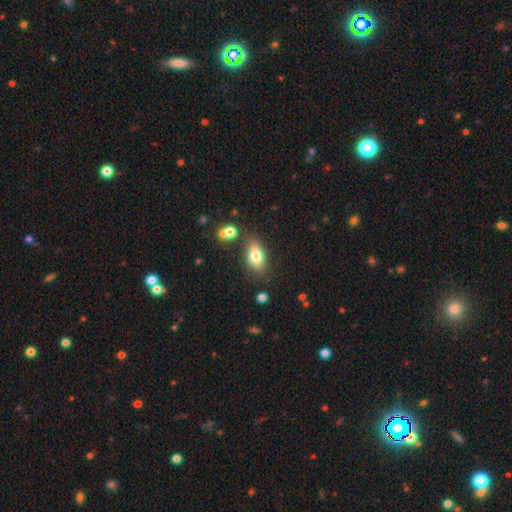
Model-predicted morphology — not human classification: Q: Smooth or featured?
A: smooth (76%); runner-up: featured or disk (15%)
Q: How rounded?
A: in between (87%); runner-up: cigar-shaped (7%)
Q: Merging?
A: none (68%); runner-up: minor disturbance (16%)